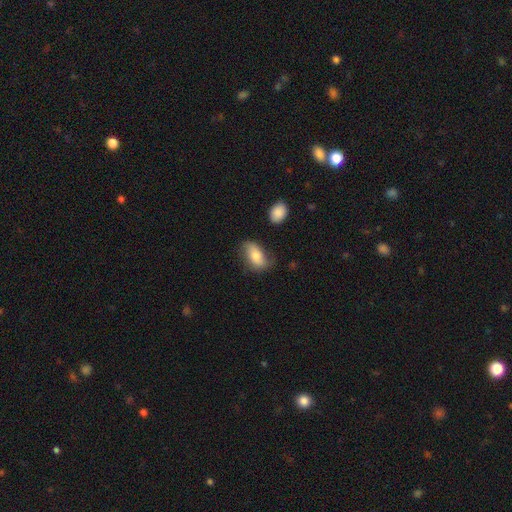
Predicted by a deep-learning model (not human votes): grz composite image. It shows a smooth galaxy with no disk features (63%) that is in between round and cigar-shaped (90%). Merging: none (64%).